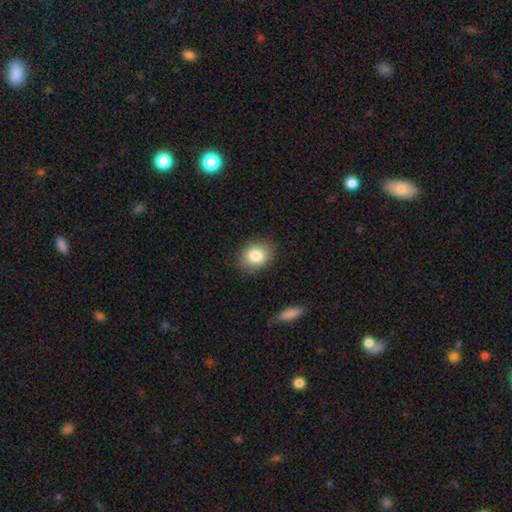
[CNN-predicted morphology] Smooth or featured? Predicted: smooth (p=0.84). How rounded? Predicted: round (p=0.51). Merging? Predicted: none (p=0.86).